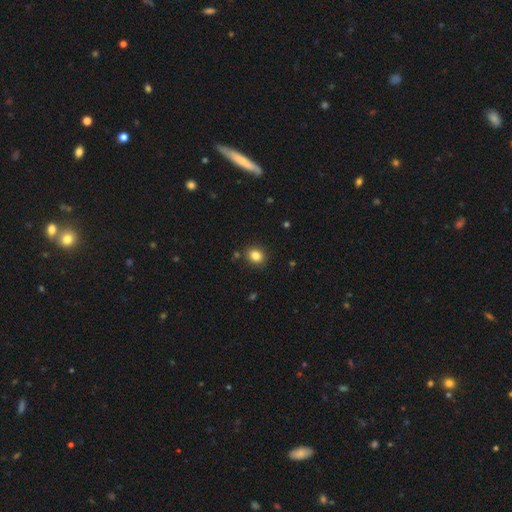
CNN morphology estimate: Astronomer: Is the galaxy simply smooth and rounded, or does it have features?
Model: smooth — 83%.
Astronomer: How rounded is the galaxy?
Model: round — 66%.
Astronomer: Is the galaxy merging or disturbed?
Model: none — 88%.